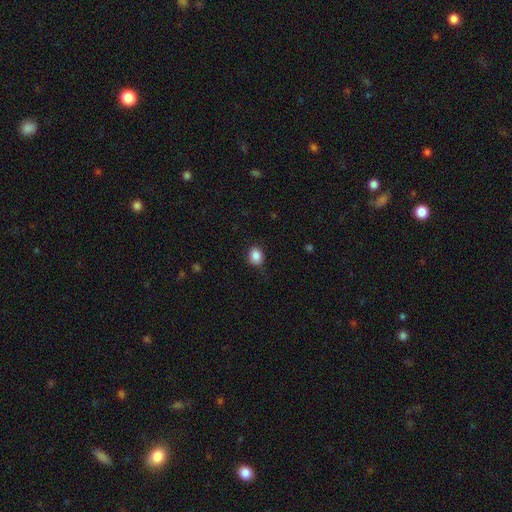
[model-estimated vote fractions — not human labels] Q: Smooth or featured?
A: smooth (87%); runner-up: star or artifact (9%)
Q: How rounded?
A: round (60%); runner-up: in between (40%)
Q: Merging?
A: none (81%); runner-up: minor disturbance (15%)